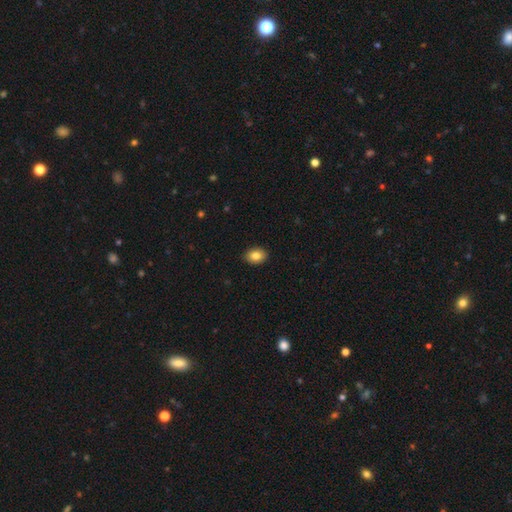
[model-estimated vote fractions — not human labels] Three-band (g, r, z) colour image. It shows a smooth galaxy with no disk features (84%) that is in between round and cigar-shaped (75%). Merging: none (90%).